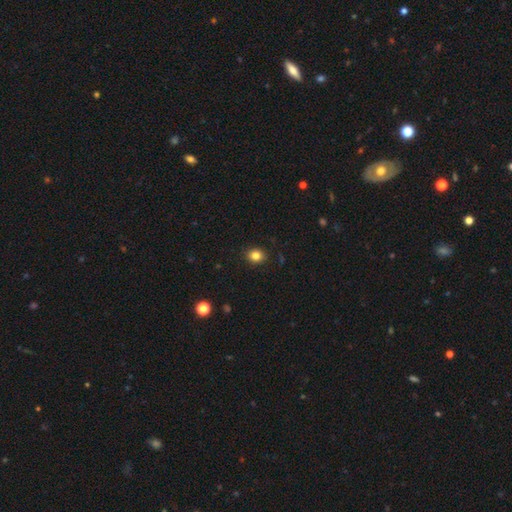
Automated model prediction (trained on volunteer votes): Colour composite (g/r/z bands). It shows a smooth galaxy with no disk features (83%) that is round (70%). Merging: none (89%).